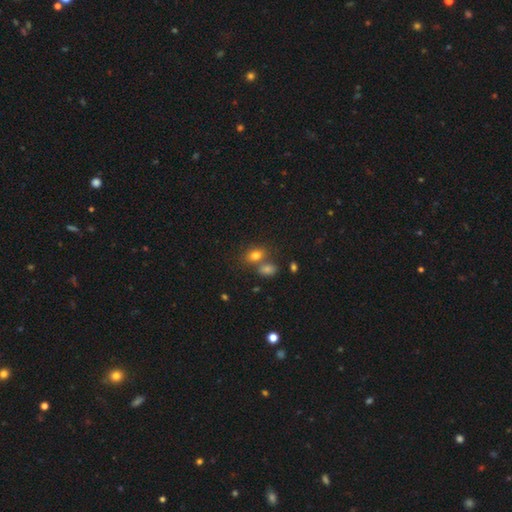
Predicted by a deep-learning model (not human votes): Smooth or featured? smooth (78%)
How rounded? in between (74%)
Merging? none (50%)